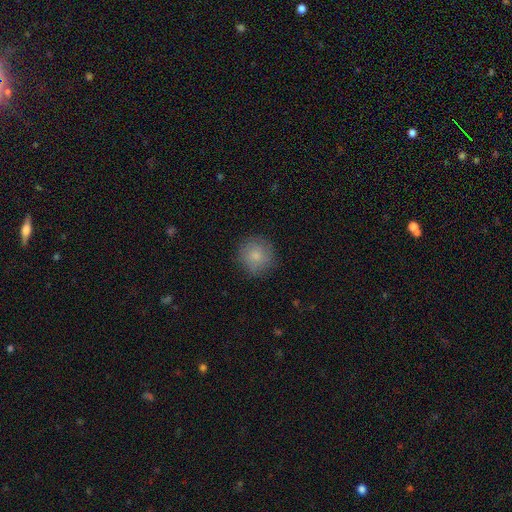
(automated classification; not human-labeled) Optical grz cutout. It shows a smooth galaxy with no disk features (79%) that is round (93%). Merging: none (83%).